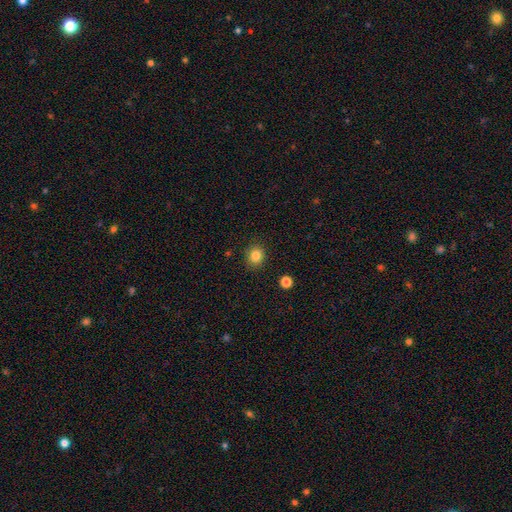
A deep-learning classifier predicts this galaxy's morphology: Smooth or featured? smooth (84%)
How rounded? round (72%)
Merging? none (88%)